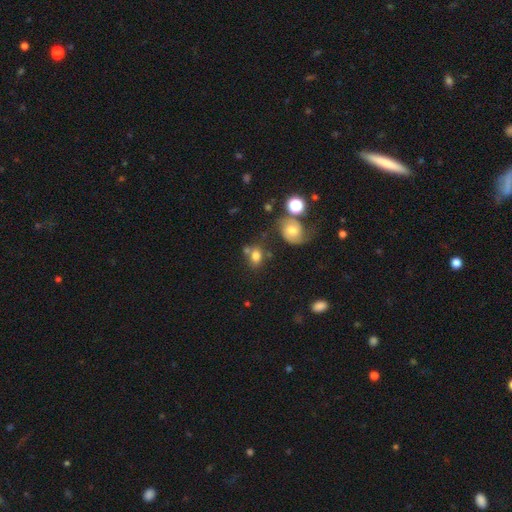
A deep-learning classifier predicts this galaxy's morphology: smooth 72%, featured or disk 16%, star or artifact 12%. Down the decision tree: how rounded — in between (64%); merging — none (52%).